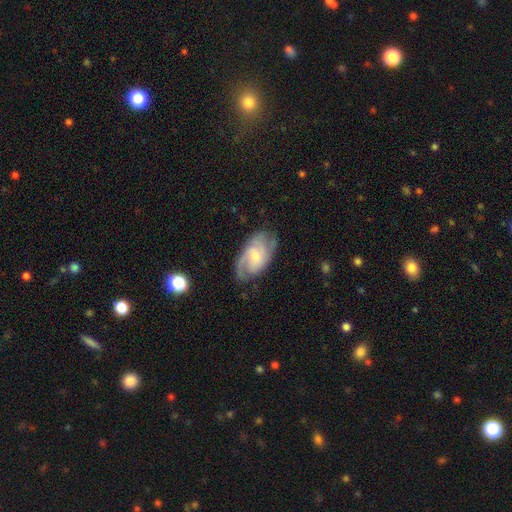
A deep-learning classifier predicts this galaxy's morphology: smooth_or_featured: featured or disk (p=0.78) [alt: smooth p=0.17]
disk_edge_on: no (p=0.96) [alt: yes p=0.04]
bar: no (p=0.47) [alt: weak p=0.44]
has_spiral_arms: yes (p=0.95) [alt: no p=0.05]
spiral_winding: medium (p=0.46) [alt: tight p=0.38]
spiral_arm_count: 2 (p=0.53) [alt: can't tell p=0.19]
bulge_size: small (p=0.55) [alt: moderate p=0.36]
merging: none (p=0.71) [alt: minor disturbance p=0.19]